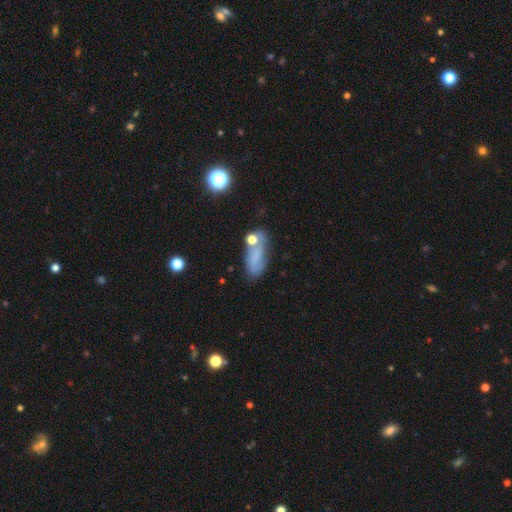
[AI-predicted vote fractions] The model was most divided on "merging": none: 54%, minor disturbance: 24%, merger: 11%, major disturbance: 11%. More confident: how rounded — in between (77%); smooth or featured — smooth (66%).